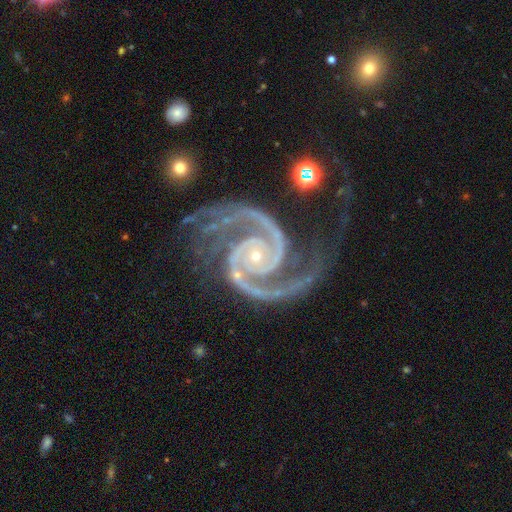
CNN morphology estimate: The model was most divided on "spiral winding": medium: 50%, tight: 43%, loose: 6%. More confident: spiral arms — yes (99%); edge-on disk — no (99%); smooth or featured — featured or disk (94%); spiral arm count — 2 (89%); bulge size — small (81%); bar — no (72%); merging — none (64%).